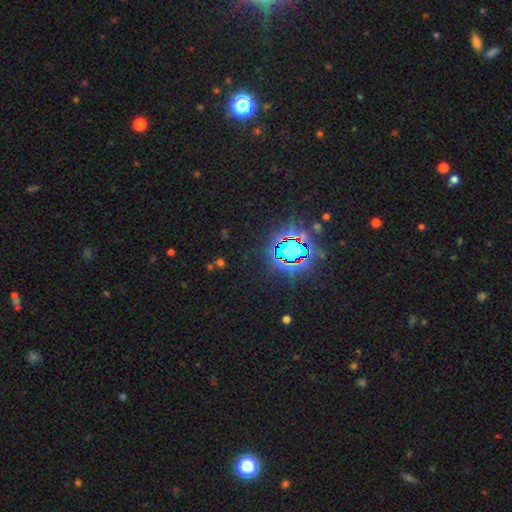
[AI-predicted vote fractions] This is clearly a star or artifact rather than a galaxy (84%).